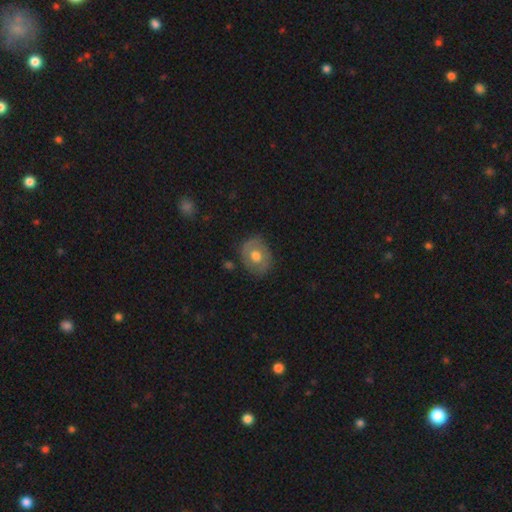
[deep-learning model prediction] smooth_or_featured: featured or disk (p=0.49) [alt: smooth p=0.44]
merging: none (p=0.79) [alt: minor disturbance p=0.15]